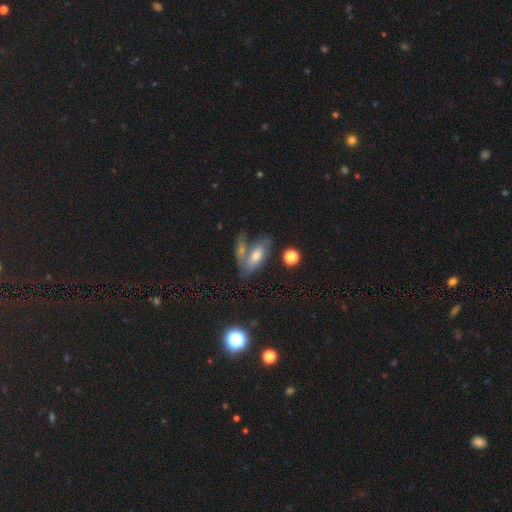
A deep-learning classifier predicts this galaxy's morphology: The model was most divided on "merging": none: 40%, merger: 33%, minor disturbance: 16%, major disturbance: 11%. More confident: how rounded — in between (78%); smooth or featured — smooth (50%).